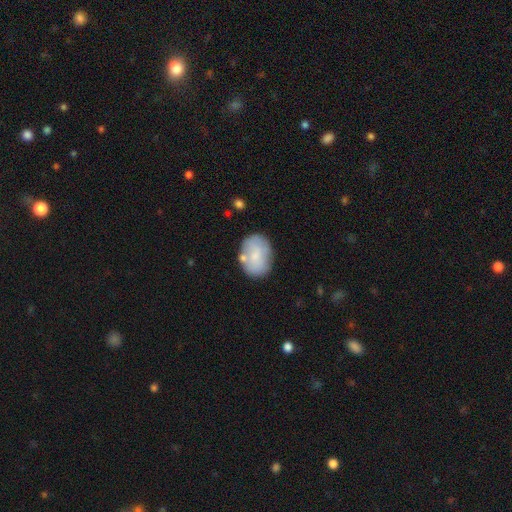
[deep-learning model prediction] The model was most divided on "how rounded": in between: 72%, round: 27%, cigar-shaped: 1%. More confident: smooth or featured — smooth (69%); merging — none (67%).